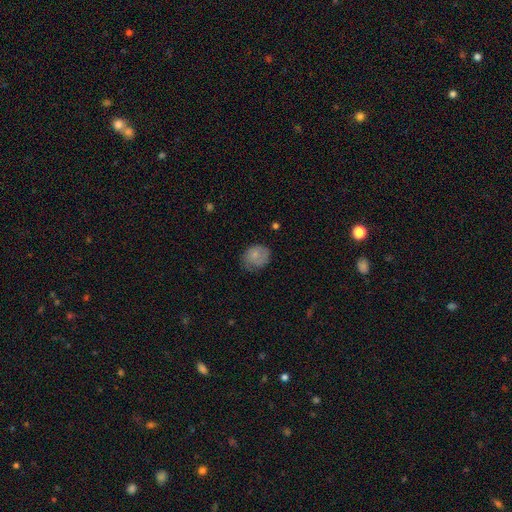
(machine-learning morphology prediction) Smooth or featured? Predicted: smooth (p=0.75). How rounded? Predicted: round (p=0.65). Merging? Predicted: none (p=0.55).